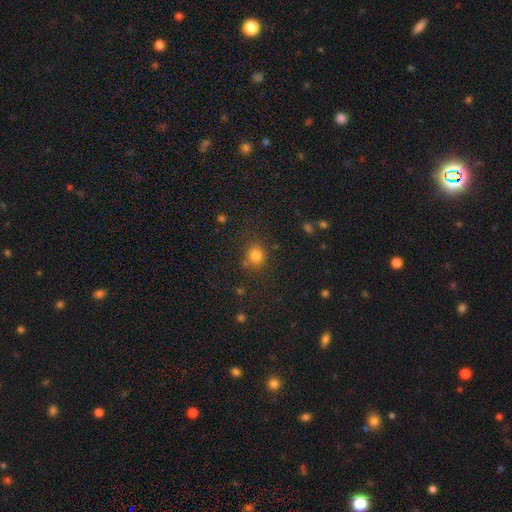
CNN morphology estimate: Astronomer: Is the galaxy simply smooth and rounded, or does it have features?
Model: smooth — 81%.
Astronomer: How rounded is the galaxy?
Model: round — 83%.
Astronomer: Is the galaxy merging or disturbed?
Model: none — 76%.